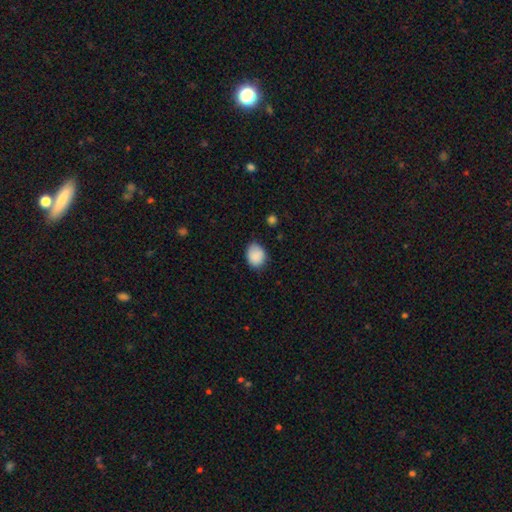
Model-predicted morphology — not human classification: smooth 88%, star or artifact 8%, featured or disk 4%. Down the decision tree: how rounded — in between (58%); merging — none (73%).